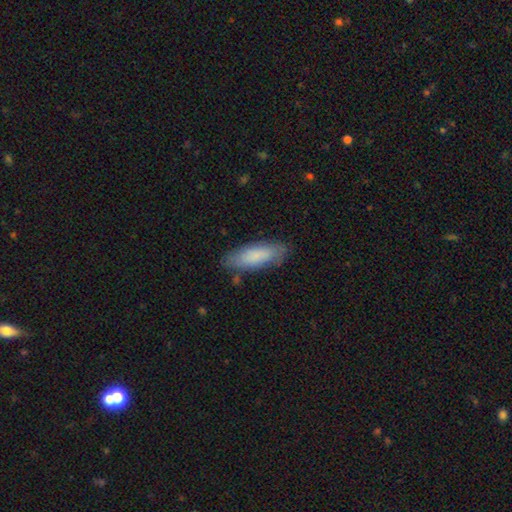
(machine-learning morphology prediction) smooth_or_featured: smooth (p=0.79) [alt: featured or disk p=0.15]
how_rounded: in between (p=0.58) [alt: cigar-shaped p=0.40]
merging: none (p=0.80) [alt: minor disturbance p=0.15]